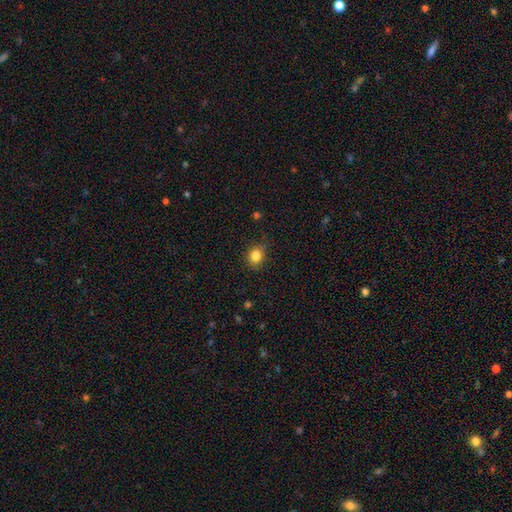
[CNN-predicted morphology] This is clearly a smooth galaxy (83%). How rounded: likely round (69%). Merging: likely none (78%).